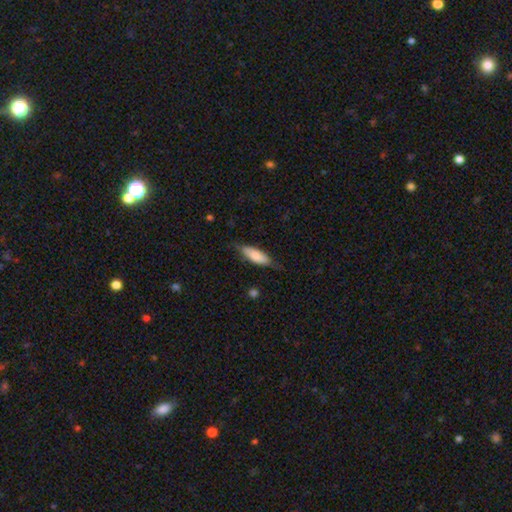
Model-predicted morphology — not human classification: smooth_or_featured: smooth (p=0.76) [alt: featured or disk p=0.19]
how_rounded: in between (p=0.65) [alt: cigar-shaped p=0.34]
merging: none (p=0.65) [alt: minor disturbance p=0.27]